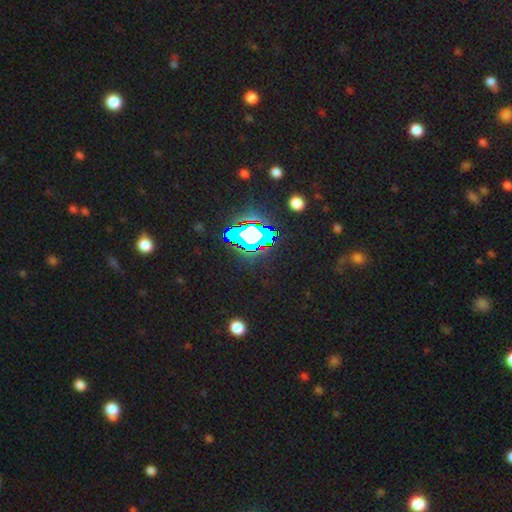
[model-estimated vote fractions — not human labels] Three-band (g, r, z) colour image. It shows a star or artifact, not a galaxy (83%).